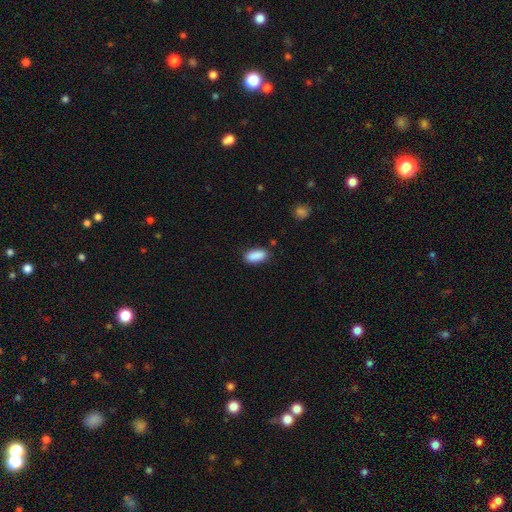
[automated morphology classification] Overall: smooth (89%). How rounded: in between (87%). Merging: none (82%).